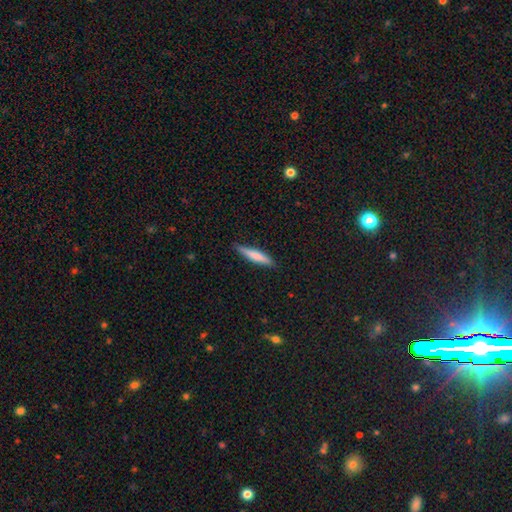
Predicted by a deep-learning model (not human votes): Morphology: type=smooth (73%); roundness=cigar-shaped (88%); merging=none (87%).